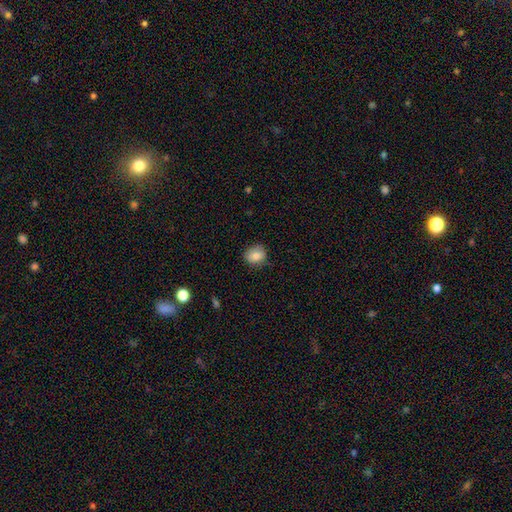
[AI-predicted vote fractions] Smooth or featured: smooth — 82% (featured or disk — 9%)
How rounded: round — 66% (in between — 33%)
Merging: none — 80% (minor disturbance — 16%)